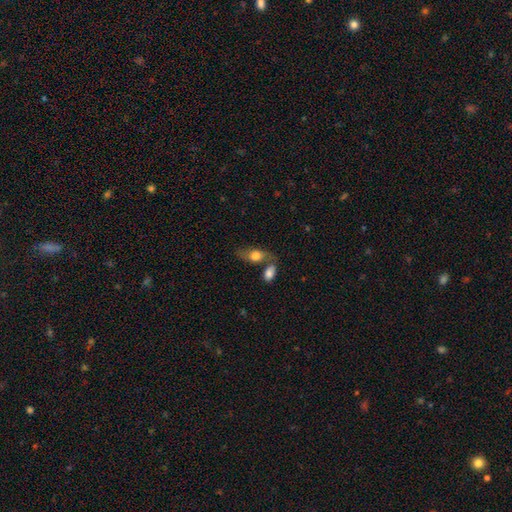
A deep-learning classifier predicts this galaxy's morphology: smooth-or-featured: smooth: 62% | featured or disk: 30% | star or artifact: 8%
  how-rounded: in between: 80% | round: 12% | cigar-shaped: 9%
  merging: none: 44% | merger: 31% | minor disturbance: 16% | major disturbance: 9%